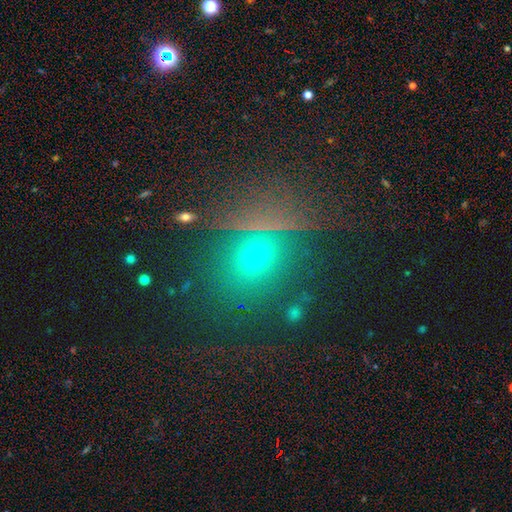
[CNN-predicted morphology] The model was most divided on "smooth or featured": smooth: 54%, star or artifact: 35%, featured or disk: 11%. More confident: merging — none (80%); how rounded — round (71%).